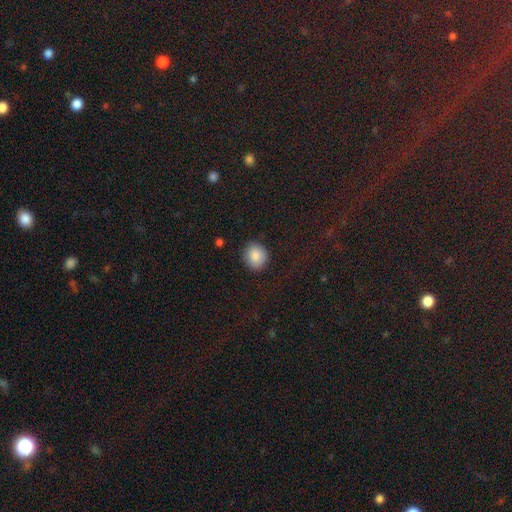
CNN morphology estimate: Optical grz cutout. It shows a smooth galaxy with no disk features (87%) that is round (80%). Merging: none (88%).